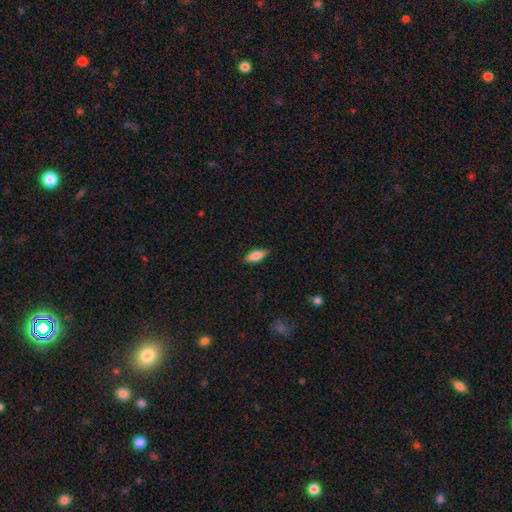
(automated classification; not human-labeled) smooth 79%, featured or disk 15%, star or artifact 6%. Down the decision tree: how rounded — in between (73%); merging — none (85%).